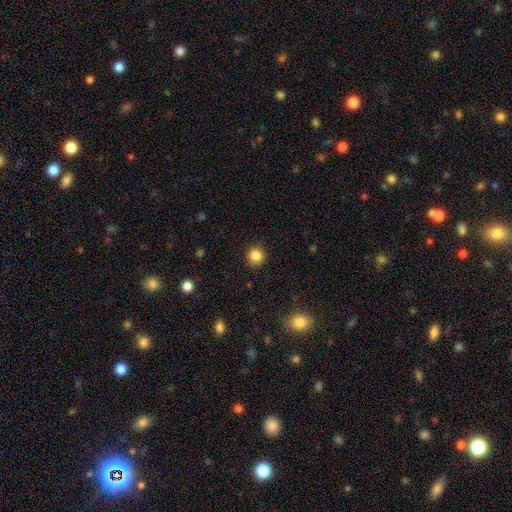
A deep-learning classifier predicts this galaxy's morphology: Overall: smooth (85%). How rounded: round (94%). Merging: none (92%).